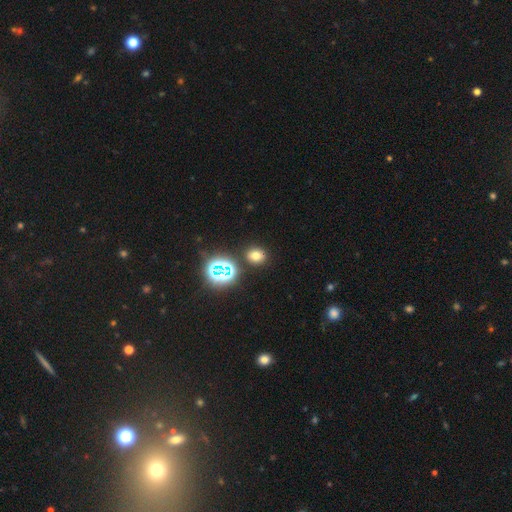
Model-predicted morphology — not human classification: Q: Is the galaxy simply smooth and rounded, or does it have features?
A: smooth — 66%.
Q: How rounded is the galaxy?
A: round — 61%.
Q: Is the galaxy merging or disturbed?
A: none — 86%.